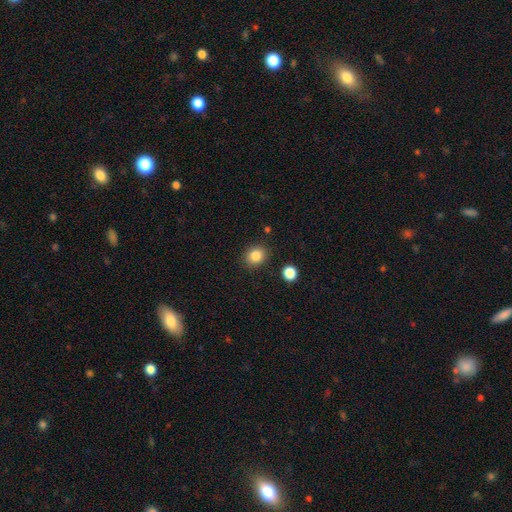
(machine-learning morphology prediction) The model was most divided on "how rounded": round: 69%, in between: 30%, cigar-shaped: 1%. More confident: merging — none (87%); smooth or featured — smooth (84%).